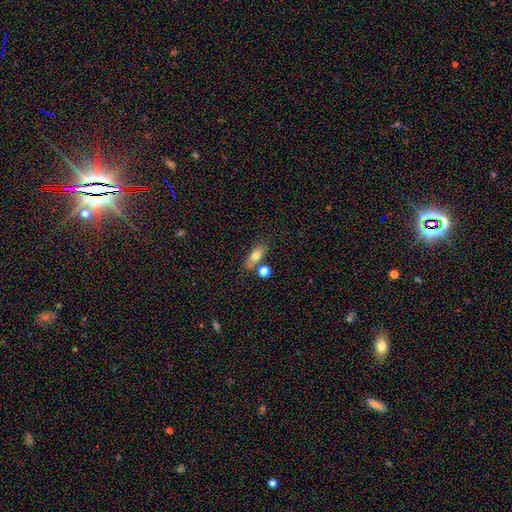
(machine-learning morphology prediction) The model was most divided on "merging": none: 62%, merger: 19%, minor disturbance: 15%, major disturbance: 5%. More confident: how rounded — in between (73%); smooth or featured — smooth (73%).